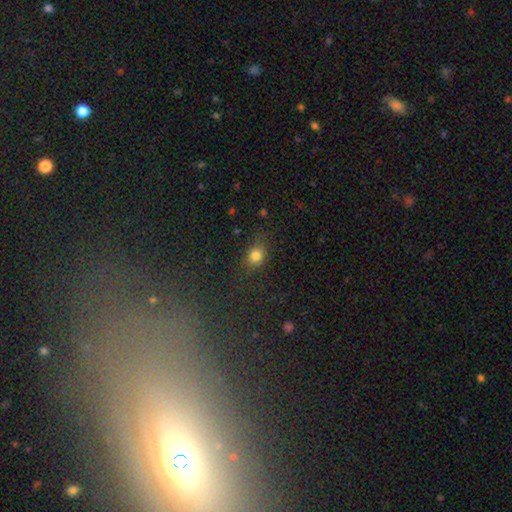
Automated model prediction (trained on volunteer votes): smooth 79%, star or artifact 14%, featured or disk 7%. Down the decision tree: how rounded — round (58%); merging — none (76%).